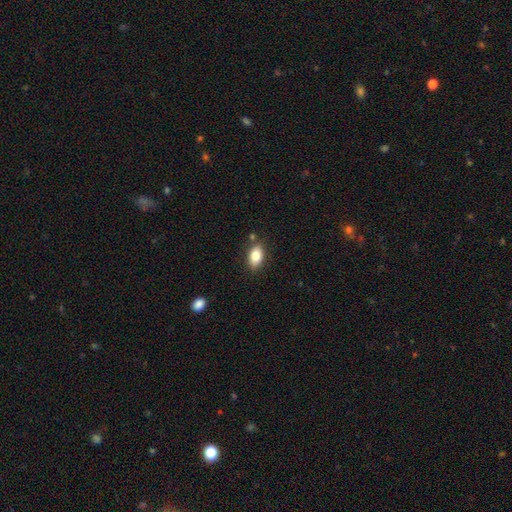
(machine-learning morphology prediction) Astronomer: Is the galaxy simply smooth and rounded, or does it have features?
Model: smooth — 84%.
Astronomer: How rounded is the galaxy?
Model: in between — 90%.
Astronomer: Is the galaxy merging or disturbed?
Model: none — 81%.